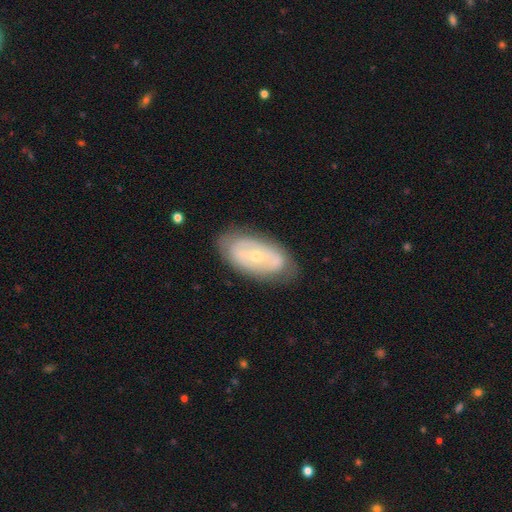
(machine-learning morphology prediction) The model was most divided on "bar": no: 38%, weak: 36%, strong: 26%. More confident: edge-on disk — no (91%); merging — none (78%); smooth or featured — featured or disk (66%); bulge size — small (56%); spiral arms — no (53%).